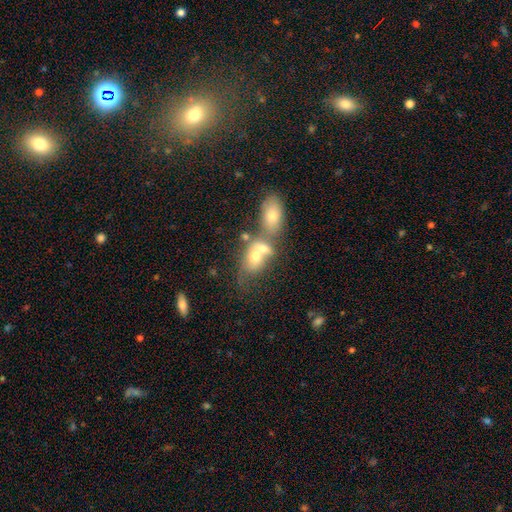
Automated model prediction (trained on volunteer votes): smooth_or_featured: smooth (p=0.66) [alt: featured or disk p=0.24]
how_rounded: in between (p=0.69) [alt: round p=0.29]
merging: merger (p=0.64) [alt: none p=0.20]